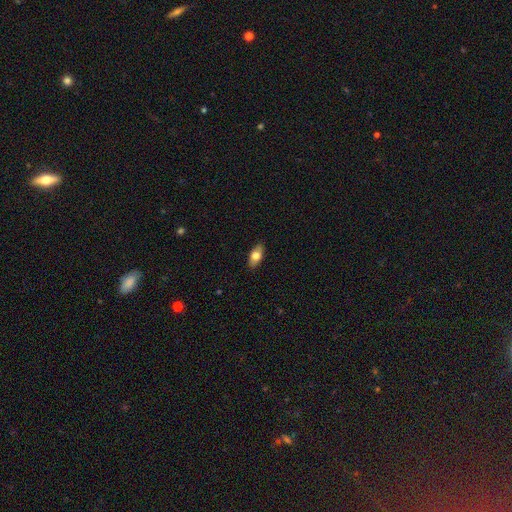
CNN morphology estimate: type=smooth (75%); roundness=in between (88%); merging=none (88%).